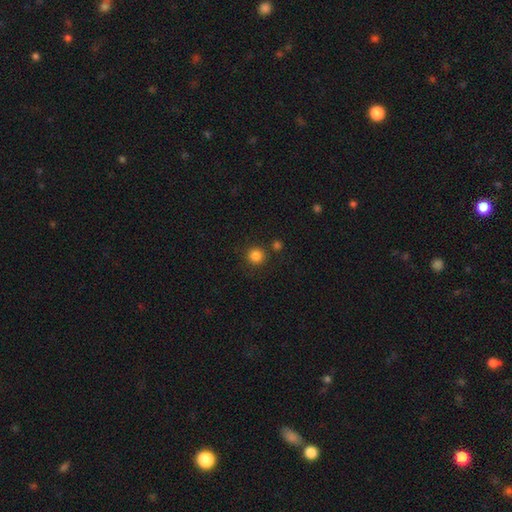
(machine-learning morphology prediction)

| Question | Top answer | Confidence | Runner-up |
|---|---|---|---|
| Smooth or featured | smooth | 84% | star or artifact (12%) |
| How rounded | round | 94% | in between (5%) |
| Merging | none | 84% | minor disturbance (7%) |